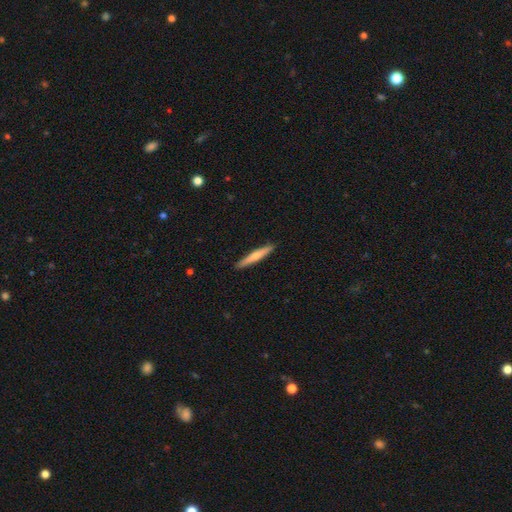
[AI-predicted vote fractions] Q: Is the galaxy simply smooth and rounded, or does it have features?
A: smooth — 55%.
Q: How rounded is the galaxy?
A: cigar-shaped — 94%.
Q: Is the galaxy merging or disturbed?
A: none — 91%.